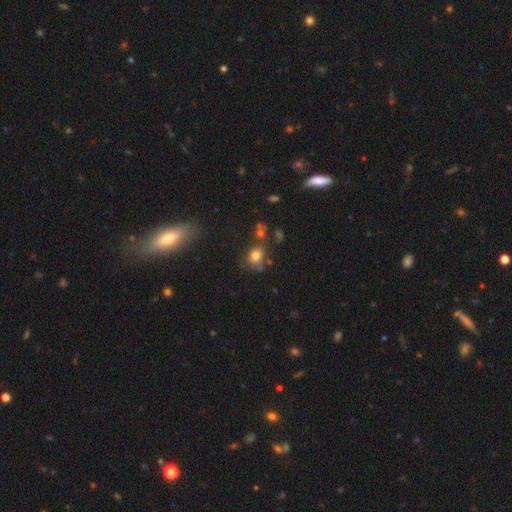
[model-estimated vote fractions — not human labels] A smooth galaxy with no disk features (76%) that is round (65%). Merging: none (61%).